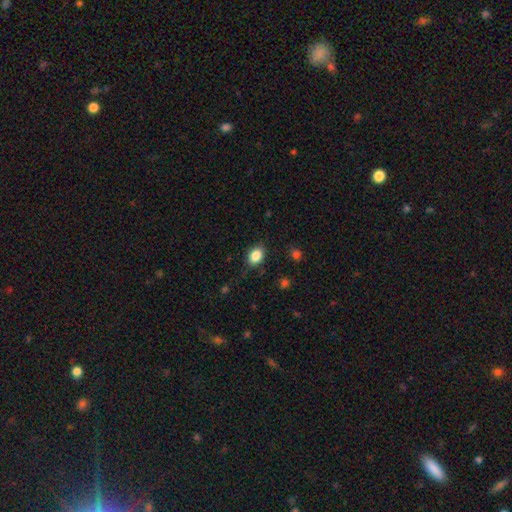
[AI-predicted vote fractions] Morphology: type=smooth (85%); roundness=in between (71%); merging=none (80%).